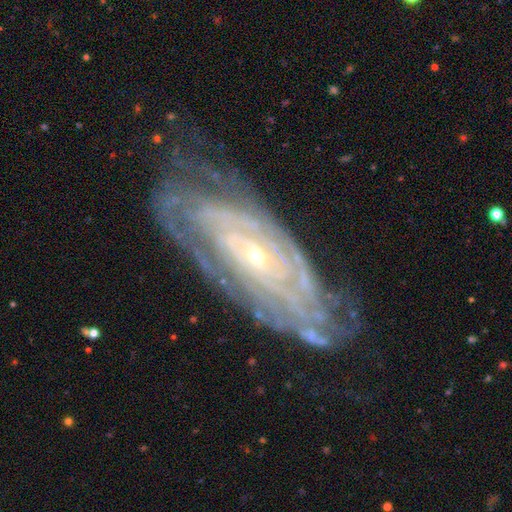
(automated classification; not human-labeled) Overall: featured or disk (87%). Edge-on disk: no (89%). Bar: no (69%). Spiral arms: yes (94%). Spiral arm count: can't tell (46%; 4 13%). Spiral winding: tight (79%). Bulge size: small (79%). Merging: none (71%).